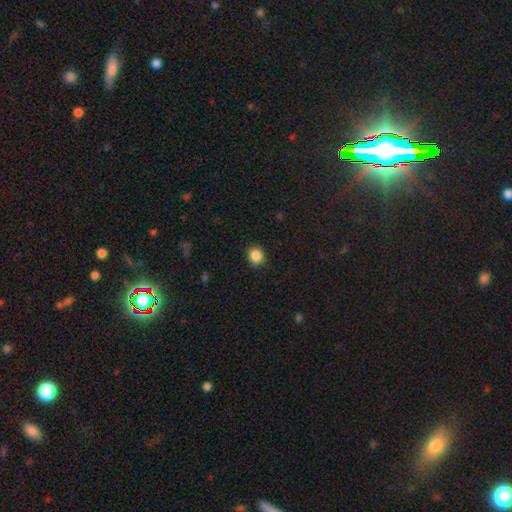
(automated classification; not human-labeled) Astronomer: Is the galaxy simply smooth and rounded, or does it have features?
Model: smooth — 87%.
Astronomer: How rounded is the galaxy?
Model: round — 78%.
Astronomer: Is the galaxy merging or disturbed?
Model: none — 91%.